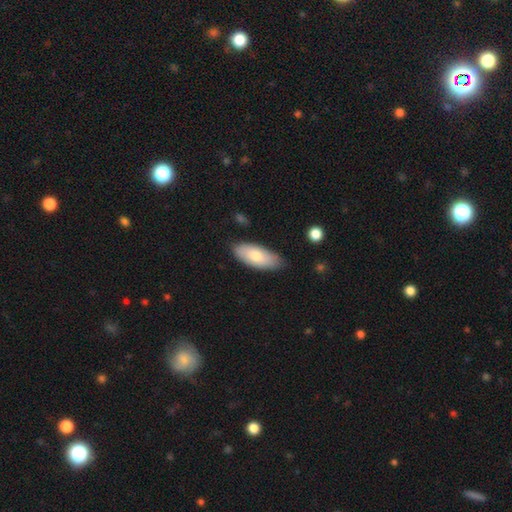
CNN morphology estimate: A smooth galaxy with no disk features (72%) that is in between round and cigar-shaped (84%). Merging: none (81%).